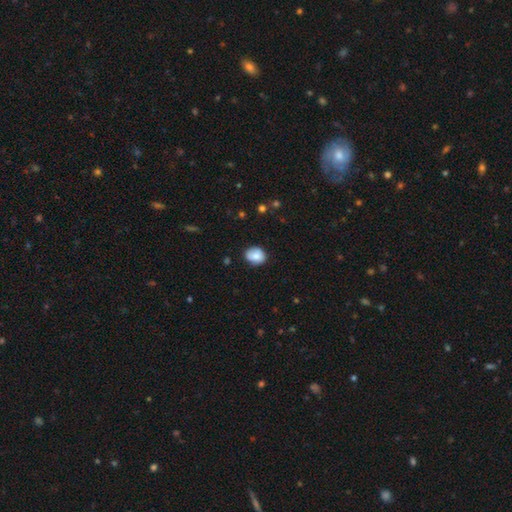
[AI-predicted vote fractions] Q: Smooth or featured?
A: smooth (78%); runner-up: featured or disk (14%)
Q: How rounded?
A: round (58%); runner-up: in between (41%)
Q: Merging?
A: none (78%); runner-up: minor disturbance (17%)